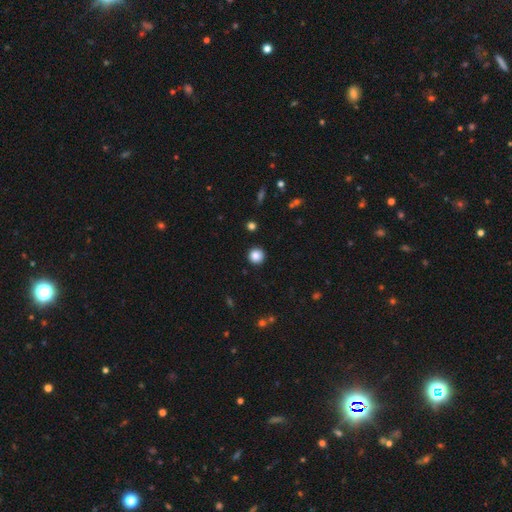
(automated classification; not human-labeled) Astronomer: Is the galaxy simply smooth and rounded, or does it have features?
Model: smooth — 86%.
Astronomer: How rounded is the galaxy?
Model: round — 96%.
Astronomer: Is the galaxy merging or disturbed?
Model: none — 93%.